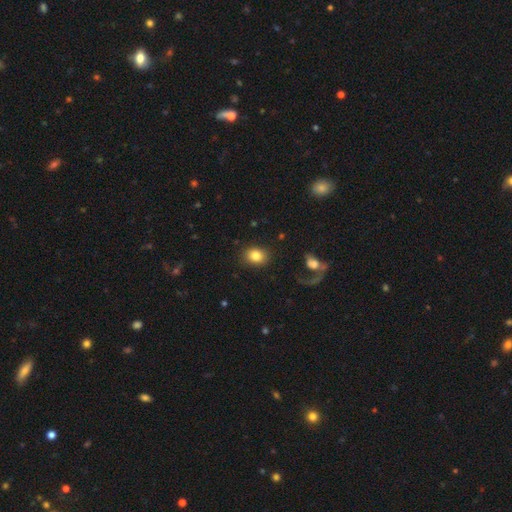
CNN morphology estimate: smooth-or-featured: smooth: 84% | star or artifact: 9% | featured or disk: 8%
  how-rounded: round: 50% | in between: 49% | cigar-shaped: 1%
  merging: none: 86% | minor disturbance: 8% | major disturbance: 3% | merger: 2%